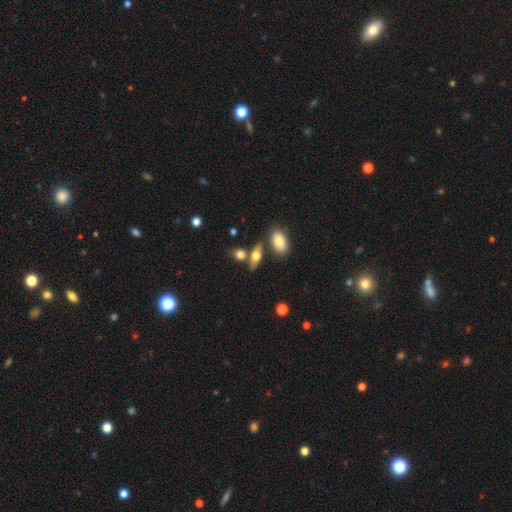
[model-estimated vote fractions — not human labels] smooth_or_featured: smooth (p=0.59) [alt: featured or disk p=0.32]
how_rounded: in between (p=0.65) [alt: cigar-shaped p=0.21]
merging: none (p=0.65) [alt: merger p=0.18]